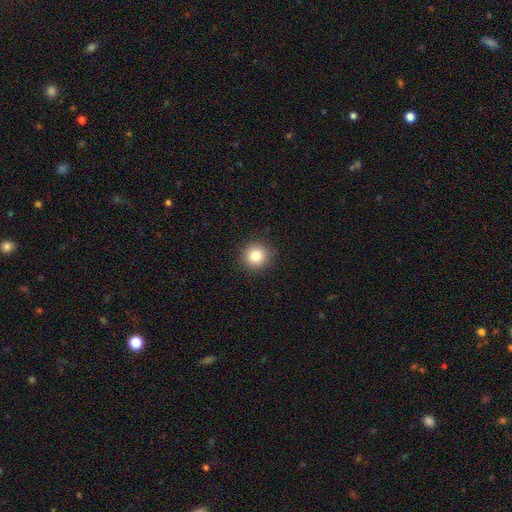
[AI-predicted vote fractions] This appears to be a smooth galaxy with no disk features (83%) that is round (94%). Merging: none (92%).